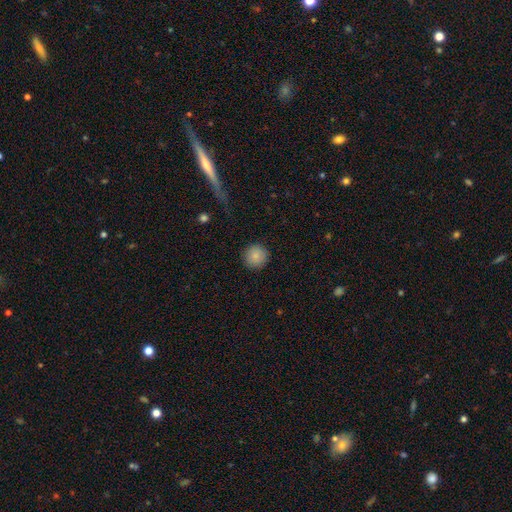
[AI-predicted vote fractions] Overall: smooth (86%). How rounded: round (95%). Merging: none (91%).